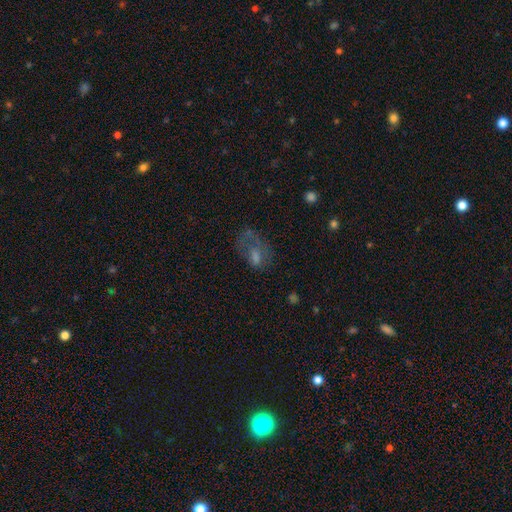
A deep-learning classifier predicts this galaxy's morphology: This appears to be a smooth galaxy with no disk features (44%). Merging: none (38%).